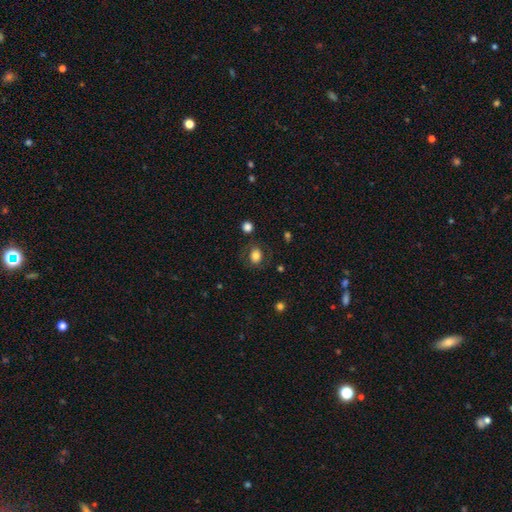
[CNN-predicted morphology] Smooth or featured? Predicted: smooth (p=0.74). How rounded? Predicted: round (p=0.52). Merging? Predicted: none (p=0.75).